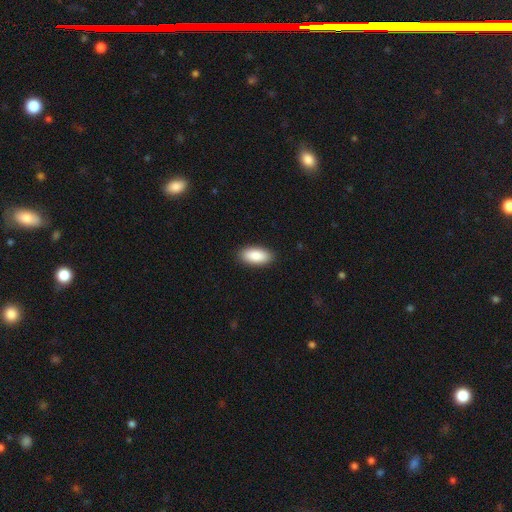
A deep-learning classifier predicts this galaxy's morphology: Smooth or featured? smooth (88%)
How rounded? in between (90%)
Merging? none (90%)